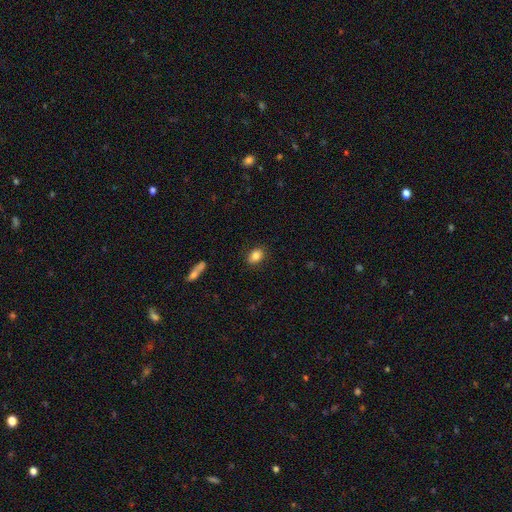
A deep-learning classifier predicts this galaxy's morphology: smooth_or_featured: smooth (p=0.85) [alt: star or artifact p=0.09]
how_rounded: in between (p=0.75) [alt: round p=0.23]
merging: none (p=0.87) [alt: minor disturbance p=0.10]